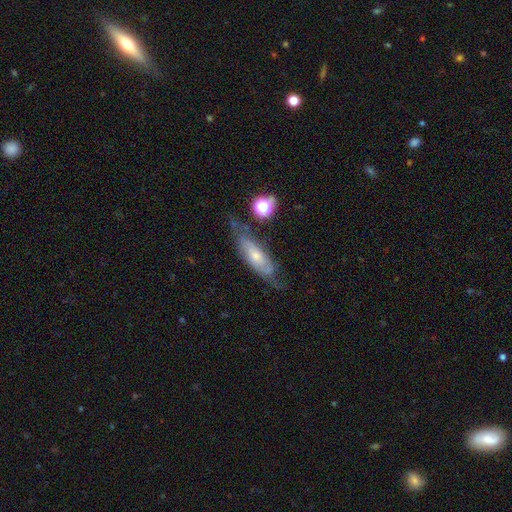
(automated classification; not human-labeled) Overall: featured or disk (57%; smooth 35%). Edge-on disk: no (68%; yes 32%). Merging: none (56%; minor disturbance 26%).